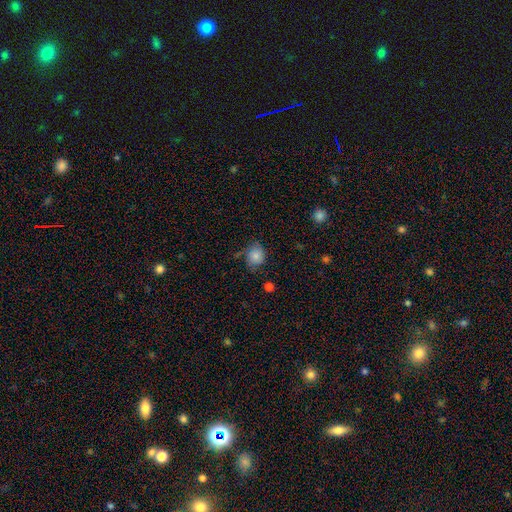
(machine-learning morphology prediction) Smooth or featured? smooth (81%)
How rounded? round (71%)
Merging? none (65%)